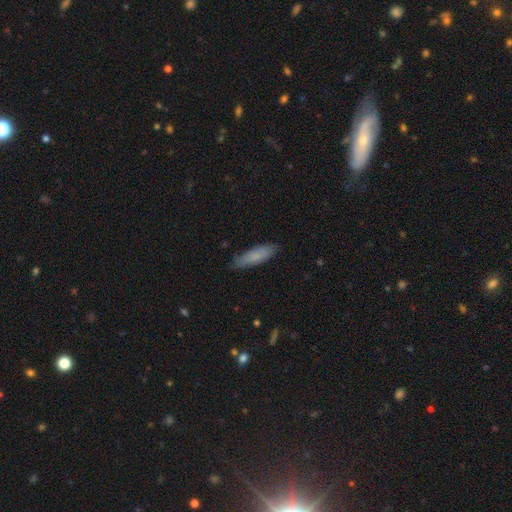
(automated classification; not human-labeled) Morphology: type=smooth (76%); roundness=cigar-shaped (64%); merging=none (81%).